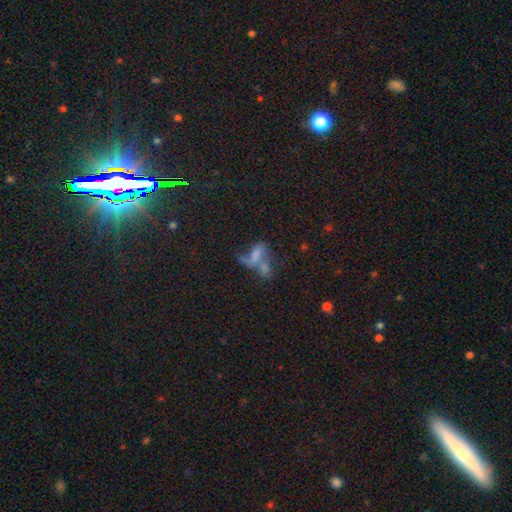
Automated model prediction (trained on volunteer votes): Smooth or featured? Predicted: smooth (p=0.47). Merging? Predicted: merger (p=0.58).